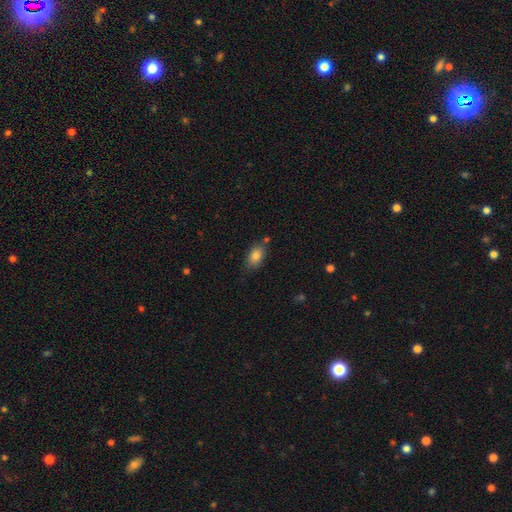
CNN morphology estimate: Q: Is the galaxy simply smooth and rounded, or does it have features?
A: smooth — 82%.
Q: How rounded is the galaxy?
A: in between — 88%.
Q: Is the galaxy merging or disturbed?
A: none — 72%.